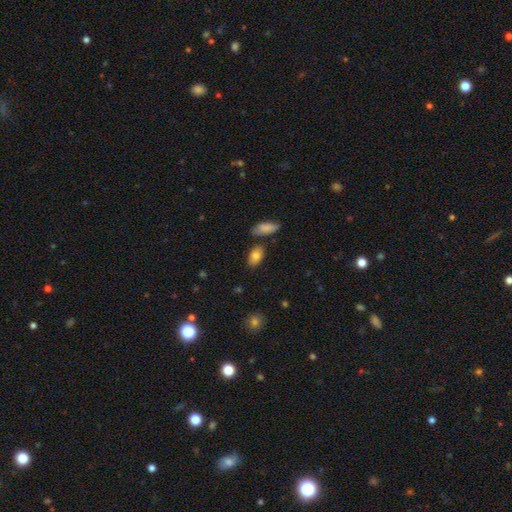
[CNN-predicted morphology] The model was most divided on "merging": none: 77%, minor disturbance: 13%, merger: 7%, major disturbance: 3%. More confident: how rounded — in between (90%); smooth or featured — smooth (82%).